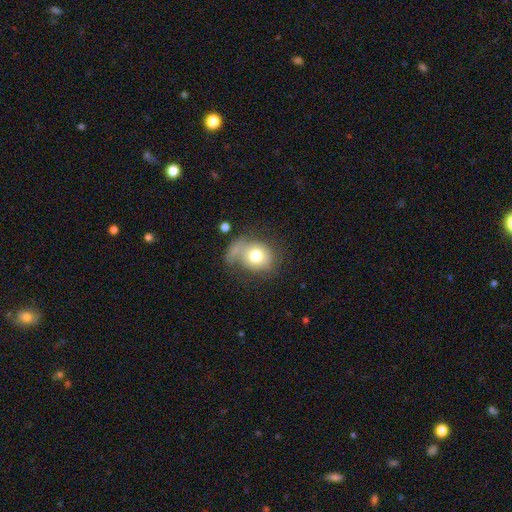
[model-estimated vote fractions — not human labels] Smooth or featured?
  - smooth: 70% *
  - featured or disk: 22%
  - star or artifact: 8%
How rounded?
  - round: 62% *
  - in between: 37%
  - cigar-shaped: 1%
Merging?
  - none: 34% *
  - major disturbance: 30%
  - minor disturbance: 24%
  - merger: 12%